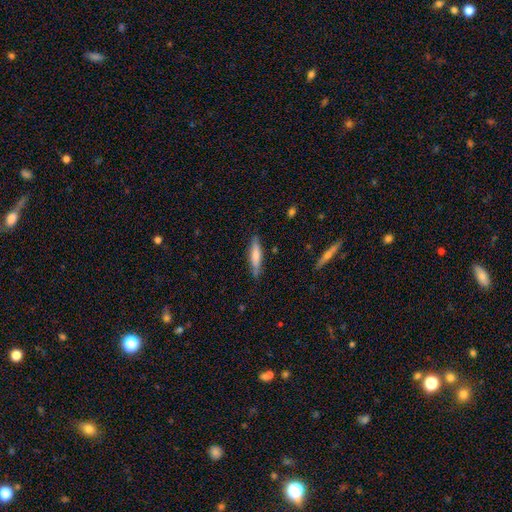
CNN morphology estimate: Smooth or featured?
  - smooth: 66% *
  - featured or disk: 28%
  - star or artifact: 6%
How rounded?
  - cigar-shaped: 81% *
  - in between: 17%
  - round: 1%
Merging?
  - none: 83% *
  - minor disturbance: 13%
  - major disturbance: 2%
  - merger: 2%